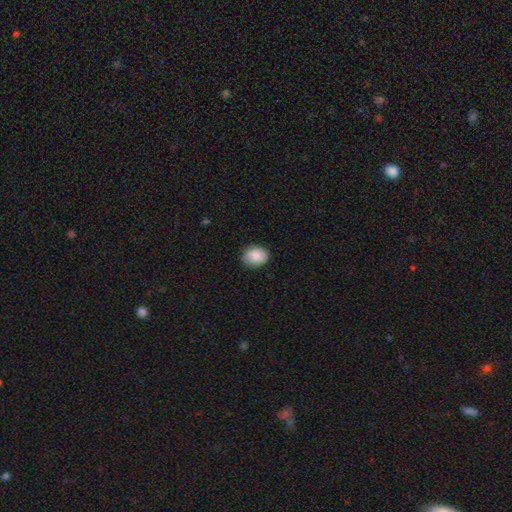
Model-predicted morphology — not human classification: This is clearly a smooth galaxy (86%). How rounded: possibly round (50%). Merging: clearly none (84%).